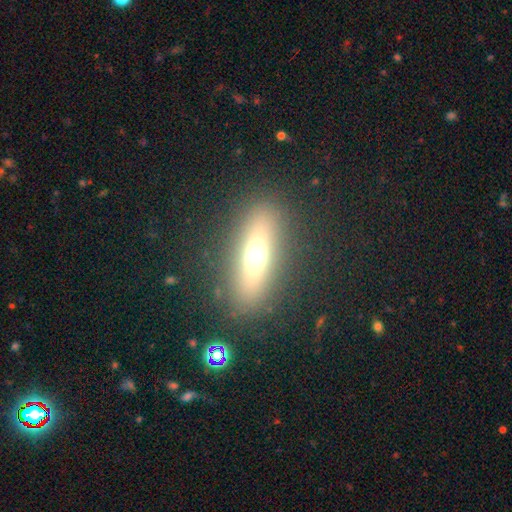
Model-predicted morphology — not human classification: Smooth or featured?
  - smooth: 53% *
  - featured or disk: 36%
  - star or artifact: 11%
How rounded?
  - cigar-shaped: 58% *
  - in between: 38%
  - round: 4%
Merging?
  - none: 86% *
  - minor disturbance: 8%
  - major disturbance: 4%
  - merger: 2%